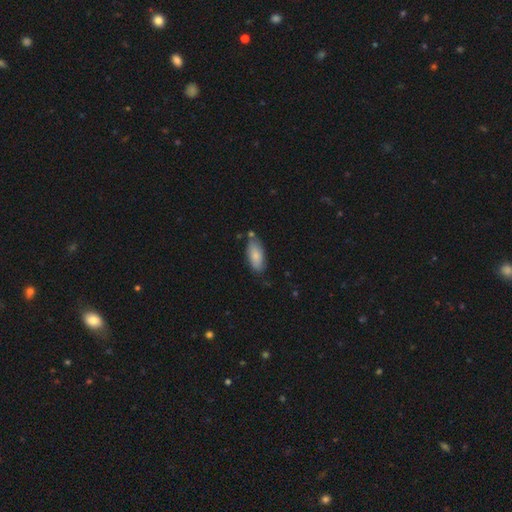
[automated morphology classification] The model was most divided on "merging": none: 68%, minor disturbance: 21%, merger: 7%, major disturbance: 4%. More confident: how rounded — in between (87%); smooth or featured — smooth (80%).